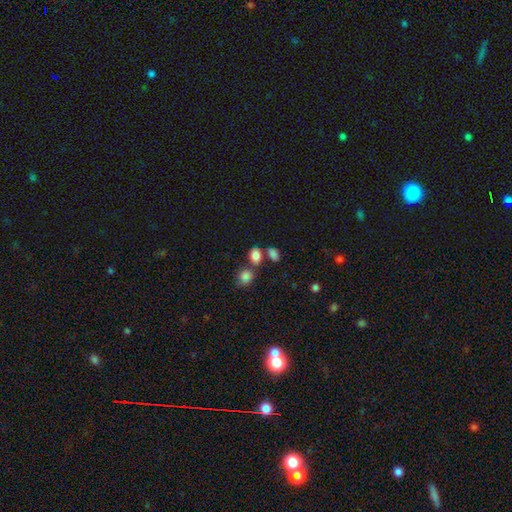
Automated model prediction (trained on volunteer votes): This is clearly a smooth galaxy (82%). How rounded: likely in between (68%). Merging: possibly none (53%).